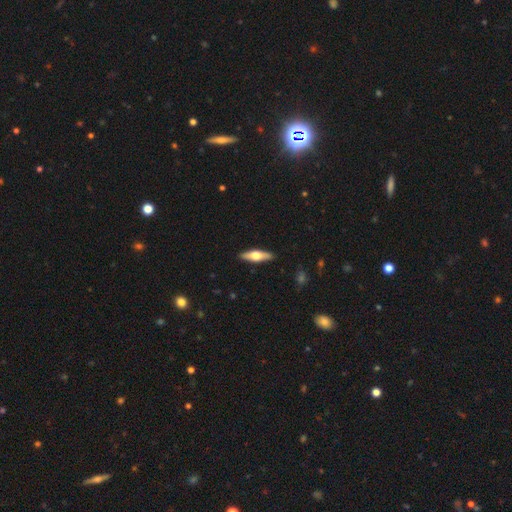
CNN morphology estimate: A featured or disk galaxy (52%) viewed edge-on (92%).

Vote fractions:
- Smooth or featured? featured or disk: 52% / smooth: 43% / star or artifact: 5%
- Edge-on disk? yes: 92% / no: 8%
- Merging? none: 90% / minor disturbance: 7% / major disturbance: 2% / merger: 1%